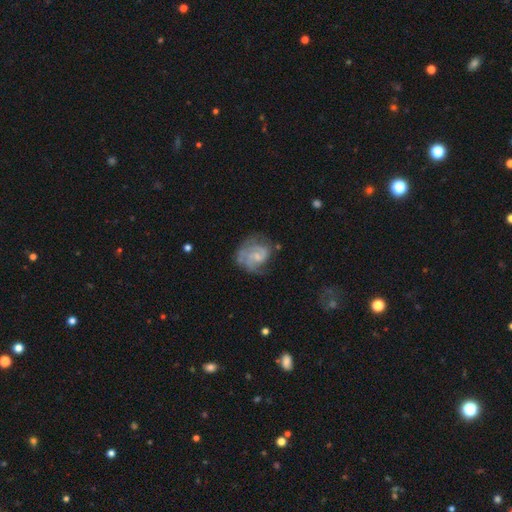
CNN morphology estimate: Q: Smooth or featured?
A: featured or disk (70%); runner-up: smooth (22%)
Q: Edge-on disk?
A: no (98%); runner-up: yes (2%)
Q: Bar?
A: no (61%); runner-up: weak (34%)
Q: Spiral arms?
A: yes (82%); runner-up: no (18%)
Q: Spiral winding?
A: tight (42%); runner-up: medium (39%)
Q: Spiral arm count?
A: 2 (40%); runner-up: can't tell (30%)
Q: Bulge size?
A: small (52%); runner-up: moderate (25%)
Q: Merging?
A: none (51%); runner-up: minor disturbance (25%)